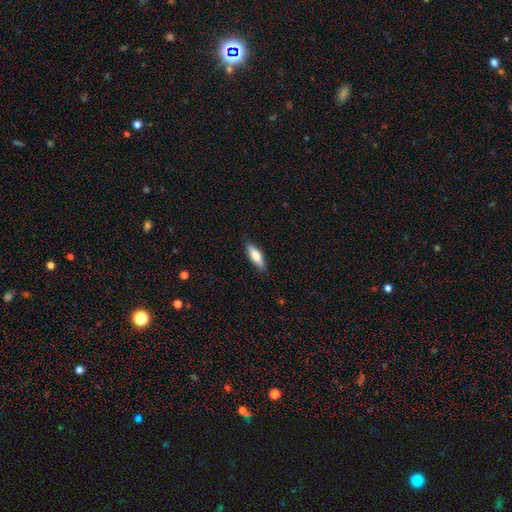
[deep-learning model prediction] This appears to be a smooth galaxy with no disk features (64%) that is cigar-shaped (51%). Merging: none (86%).